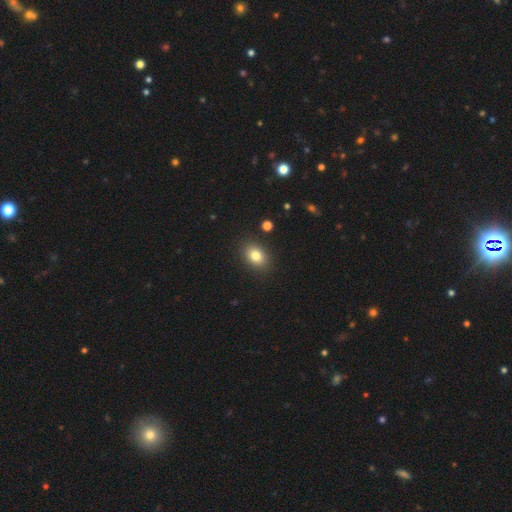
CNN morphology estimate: This is clearly a smooth galaxy (81%). How rounded: likely in between (73%). Merging: clearly none (88%).